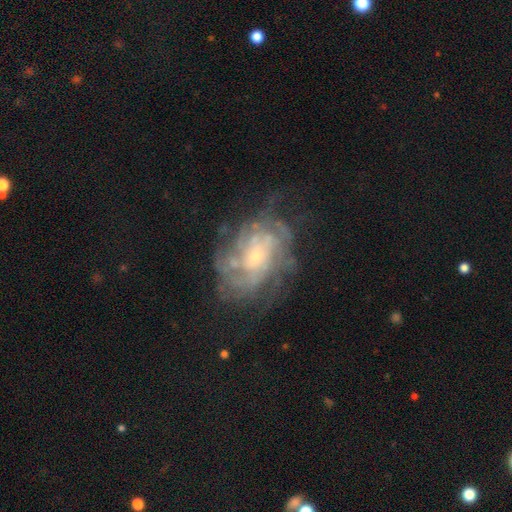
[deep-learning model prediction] Smooth or featured?
  - featured or disk: 82% *
  - smooth: 10%
  - star or artifact: 8%
Edge-on disk?
  - no: 97% *
  - yes: 3%
Bar?
  - no: 69% *
  - weak: 26%
  - strong: 5%
Spiral arms?
  - yes: 88% *
  - no: 12%
Spiral winding?
  - tight: 56% *
  - medium: 33%
  - loose: 11%
Spiral arm count?
  - can't tell: 46% *
  - 4: 17%
  - more than 4: 13%
  - 3: 11%
  - 2: 9%
  - 1: 5%
Bulge size?
  - small: 58% *
  - moderate: 33%
  - none: 4%
  - large: 4%
  - dominant: 1%
Merging?
  - none: 63% *
  - minor disturbance: 19%
  - major disturbance: 15%
  - merger: 2%